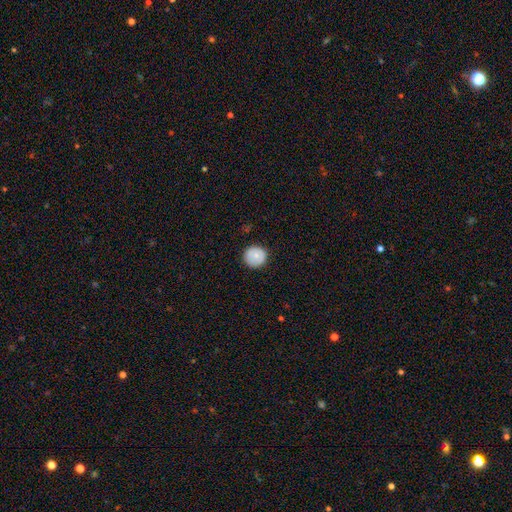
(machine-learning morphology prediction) The model was most divided on "smooth or featured": smooth: 77%, featured or disk: 15%, star or artifact: 8%. More confident: how rounded — round (93%); merging — none (87%).